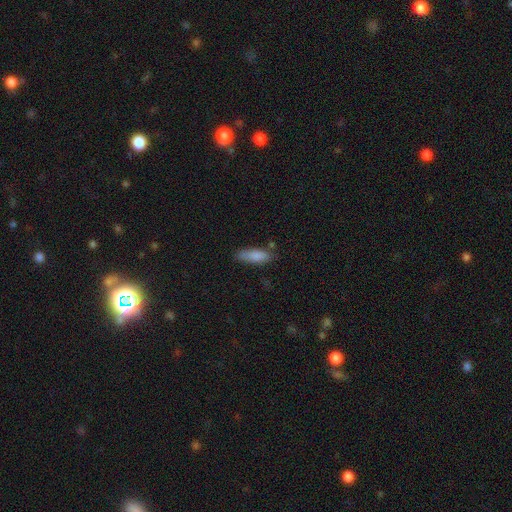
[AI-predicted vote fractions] The model was most divided on "how rounded": in between: 60%, cigar-shaped: 38%, round: 2%. More confident: smooth or featured — smooth (85%); merging — none (72%).